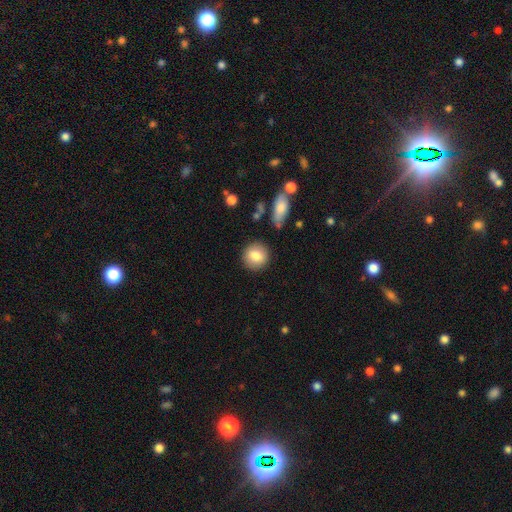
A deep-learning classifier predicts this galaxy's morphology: The model was most divided on "smooth or featured": smooth: 82%, featured or disk: 10%, star or artifact: 8%. More confident: how rounded — round (91%); merging — none (88%).